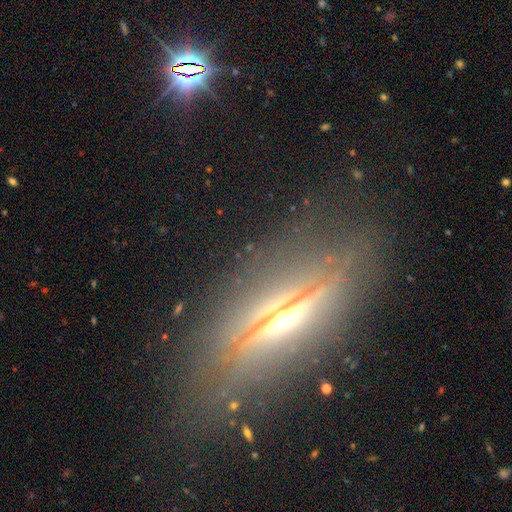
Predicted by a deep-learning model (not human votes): Smooth or featured? Predicted: featured or disk (p=0.74). Edge-on disk? Predicted: yes (p=0.87). Edge-on bulge? Predicted: rounded (p=0.82). Merging? Predicted: none (p=0.77).